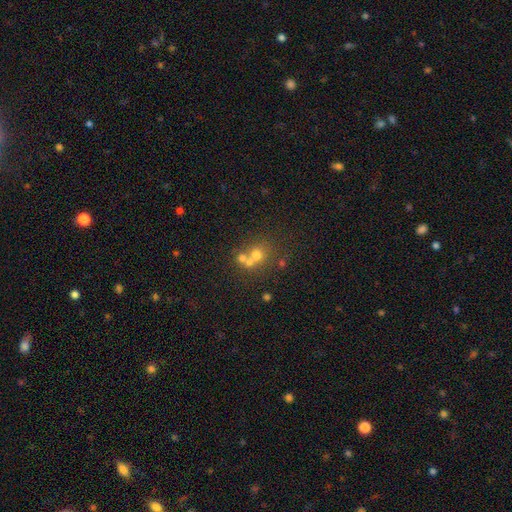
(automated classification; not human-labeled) A smooth galaxy with no disk features (55%) that is round (81%).

Vote fractions:
- Smooth or featured? smooth: 55% / featured or disk: 23% / star or artifact: 22%
- How rounded? round: 81% / in between: 18% / cigar-shaped: 1%
- Merging? merger: 47% / none: 41% / minor disturbance: 7% / major disturbance: 4%